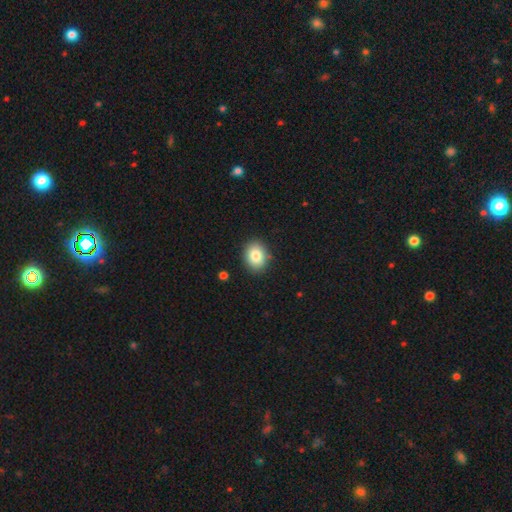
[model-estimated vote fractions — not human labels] Smooth or featured?
  - smooth: 84% *
  - star or artifact: 9%
  - featured or disk: 7%
How rounded?
  - in between: 56% *
  - round: 43%
  - cigar-shaped: 1%
Merging?
  - none: 88% *
  - minor disturbance: 8%
  - major disturbance: 2%
  - merger: 1%